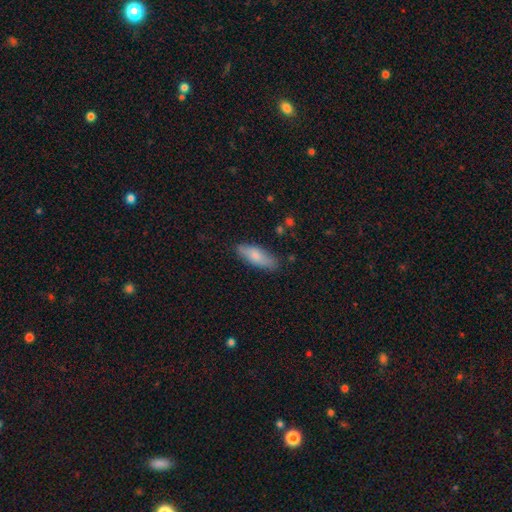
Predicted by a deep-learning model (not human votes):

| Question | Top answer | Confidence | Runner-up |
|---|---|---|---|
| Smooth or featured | smooth | 77% | featured or disk (17%) |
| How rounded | in between | 67% | cigar-shaped (31%) |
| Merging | none | 83% | minor disturbance (13%) |